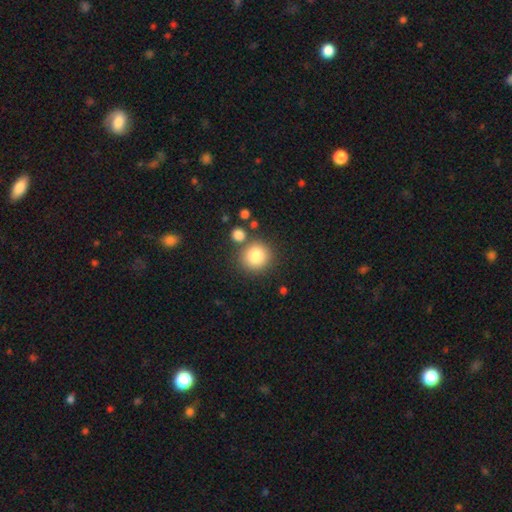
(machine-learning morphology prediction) A smooth galaxy with no disk features (82%) that is round (91%). Merging: none (77%).